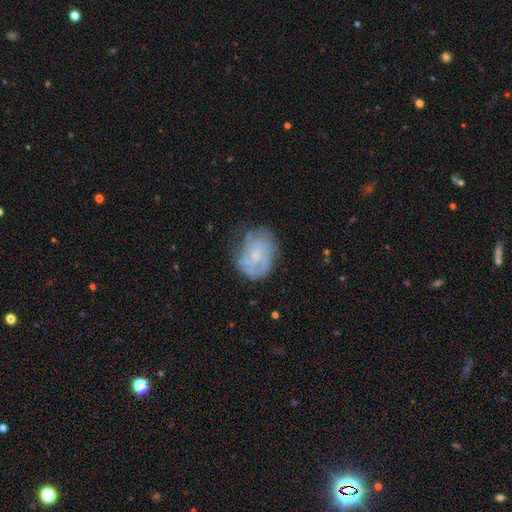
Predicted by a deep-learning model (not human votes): The model was most divided on "bulge size": small: 53%, moderate: 25%, none: 19%, large: 2%, dominant: 1%. More confident: edge-on disk — no (97%); spiral arms — yes (75%); bar — no (74%); smooth or featured — featured or disk (65%); merging — none (61%).